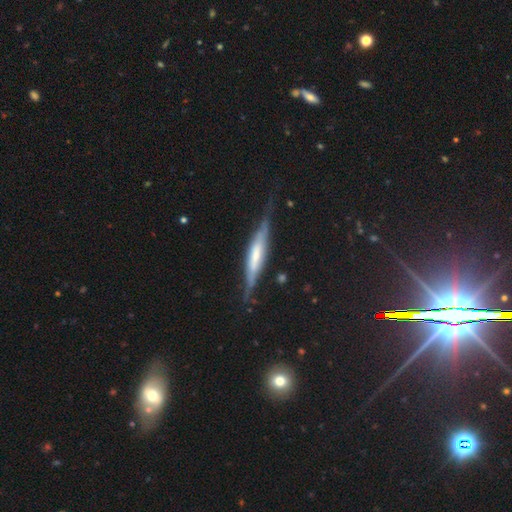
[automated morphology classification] Overall: featured or disk (66%; smooth 28%). Edge-on disk: yes (88%). Edge-on bulge: boxy (42%; rounded 30%). Merging: none (65%).